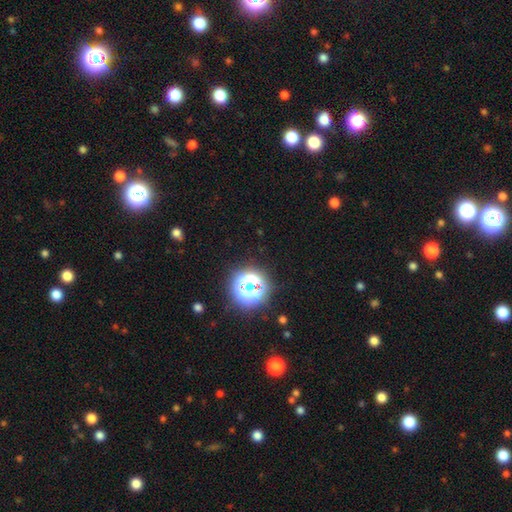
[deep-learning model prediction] A star or artifact, not a galaxy (79%).